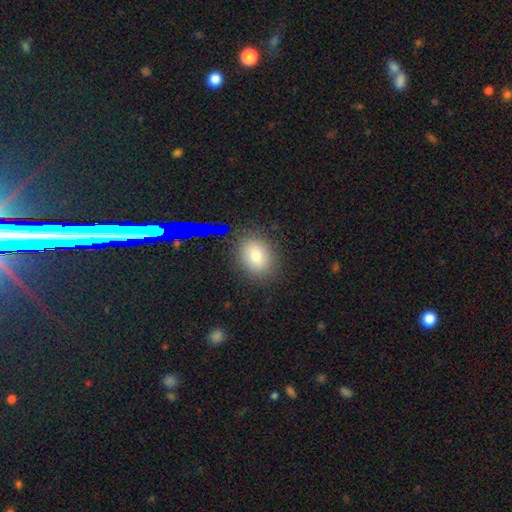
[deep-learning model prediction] This is likely a smooth galaxy (76%). How rounded: likely in between (61%). Merging: clearly none (83%).